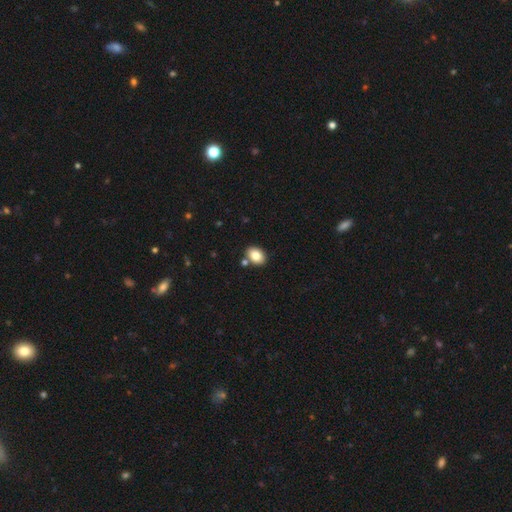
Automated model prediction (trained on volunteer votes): The model was most divided on "how rounded": in between: 79%, round: 20%, cigar-shaped: 1%. More confident: smooth or featured — smooth (84%); merging — none (79%).